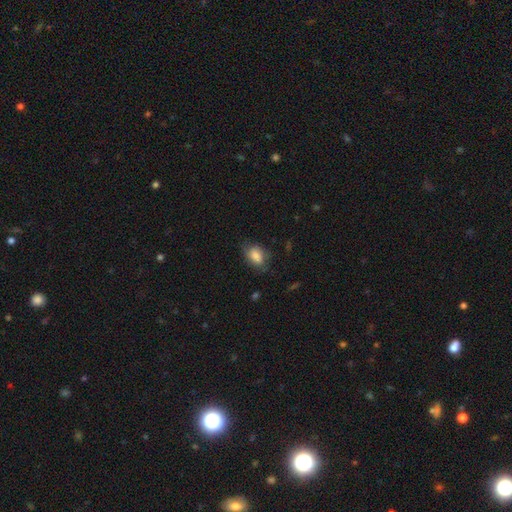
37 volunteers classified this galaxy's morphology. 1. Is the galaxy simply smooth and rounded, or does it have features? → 86% smooth, 8% featured or disk, 5% star or artifact.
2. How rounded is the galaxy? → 91% in between, 6% round, 3% cigar-shaped.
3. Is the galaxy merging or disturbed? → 69% none, 23% minor disturbance, 6% major disturbance, 3% merger.